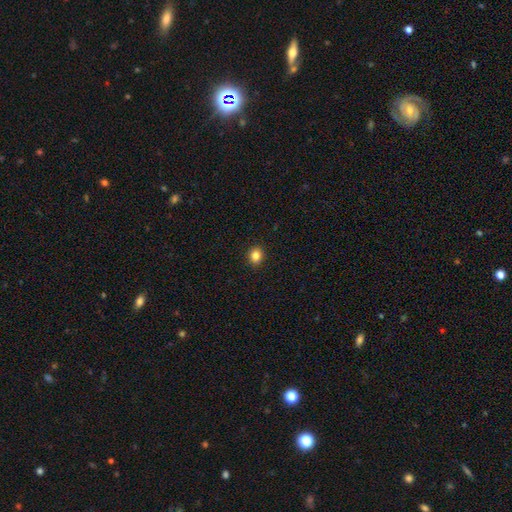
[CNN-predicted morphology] A smooth galaxy with no disk features (83%) that is round (68%). Merging: none (92%).